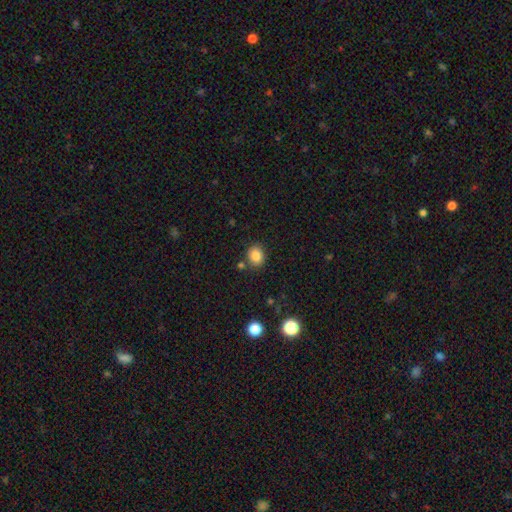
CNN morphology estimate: smooth 84%, star or artifact 11%, featured or disk 5%. Down the decision tree: how rounded — round (67%); merging — none (81%).